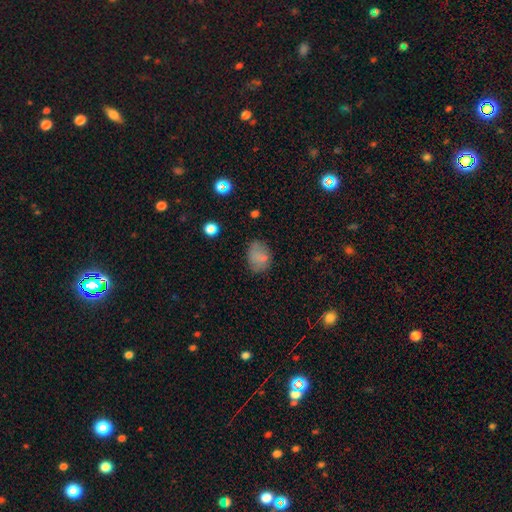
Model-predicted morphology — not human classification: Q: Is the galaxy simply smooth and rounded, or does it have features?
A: smooth — 76%.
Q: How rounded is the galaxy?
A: in between — 70%.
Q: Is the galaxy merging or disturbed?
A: none — 70%.